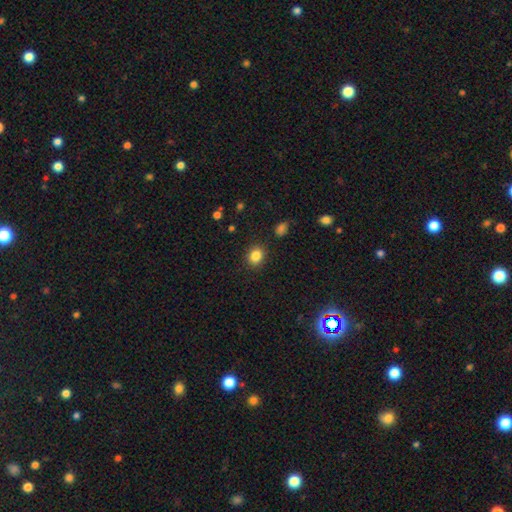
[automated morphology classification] Smooth or featured? Predicted: smooth (p=0.85). How rounded? Predicted: round (p=0.58). Merging? Predicted: none (p=0.88).